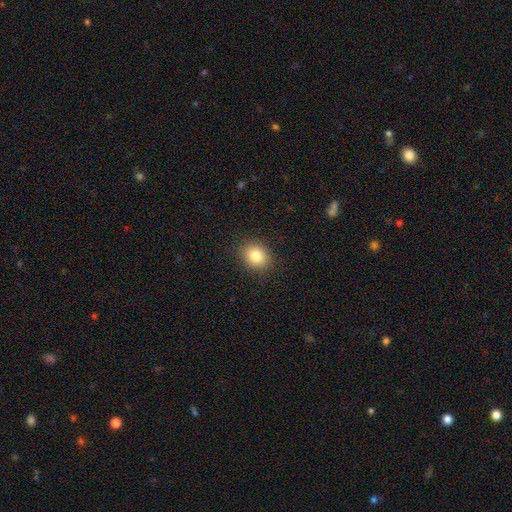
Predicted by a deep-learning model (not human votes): Smooth or featured? Predicted: smooth (p=0.84). How rounded? Predicted: round (p=0.61). Merging? Predicted: none (p=0.89).